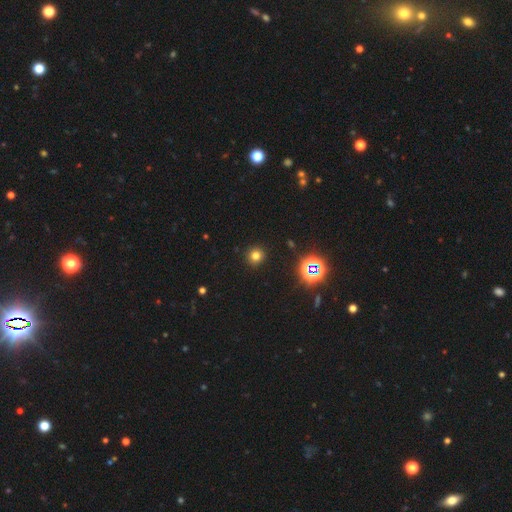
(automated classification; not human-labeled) smooth-or-featured: smooth: 72% | star or artifact: 21% | featured or disk: 6%
  how-rounded: round: 93% | in between: 6% | cigar-shaped: 1%
  merging: none: 92% | minor disturbance: 5% | major disturbance: 2% | merger: 1%